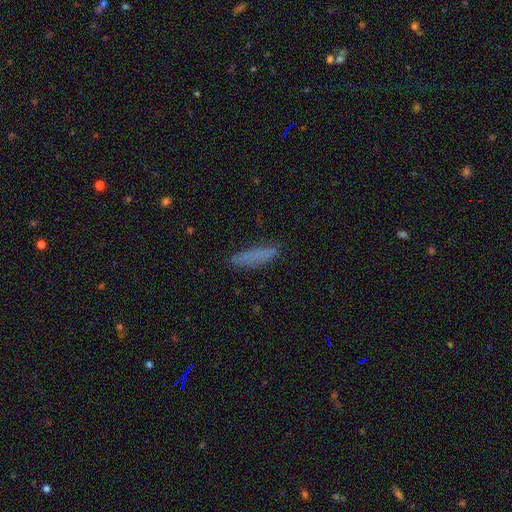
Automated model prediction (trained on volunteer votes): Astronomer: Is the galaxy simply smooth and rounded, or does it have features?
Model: smooth — 78%.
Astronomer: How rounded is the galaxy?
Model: cigar-shaped — 83%.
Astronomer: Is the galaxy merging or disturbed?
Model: none — 83%.